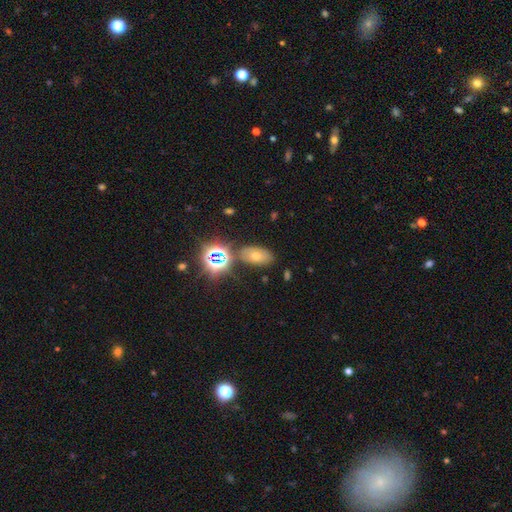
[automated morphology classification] Overall: smooth (45%; star or artifact 36%). Merging: none (79%).